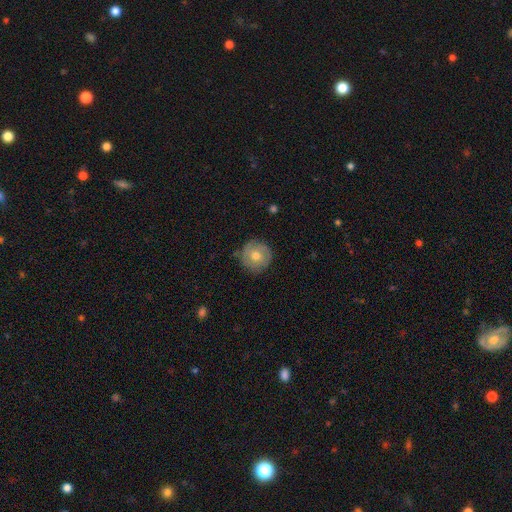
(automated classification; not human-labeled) This appears to be a smooth galaxy with no disk features (58%) that is round (94%). Merging: none (81%).